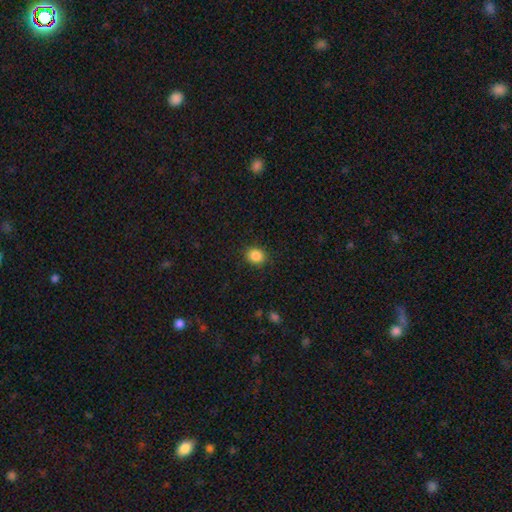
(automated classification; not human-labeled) Morphology: type=smooth (87%); roundness=round (68%); merging=none (90%).